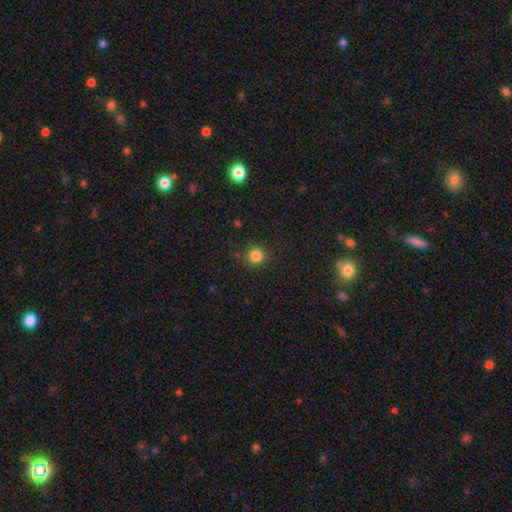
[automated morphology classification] This is clearly a smooth galaxy (83%). How rounded: clearly round (94%). Merging: clearly none (88%).